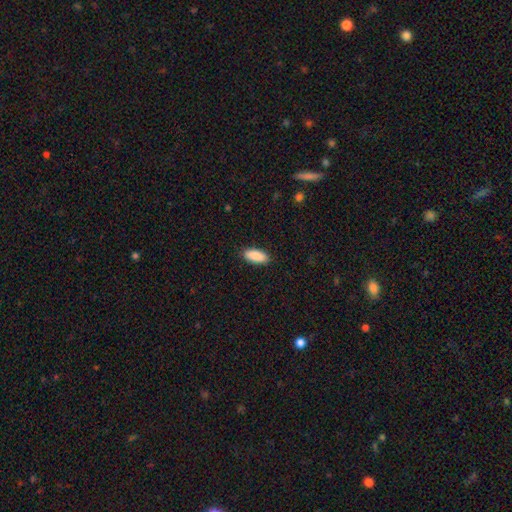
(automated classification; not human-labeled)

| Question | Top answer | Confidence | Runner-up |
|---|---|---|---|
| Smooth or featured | smooth | 90% | star or artifact (6%) |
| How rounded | in between | 82% | cigar-shaped (16%) |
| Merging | none | 90% | minor disturbance (8%) |